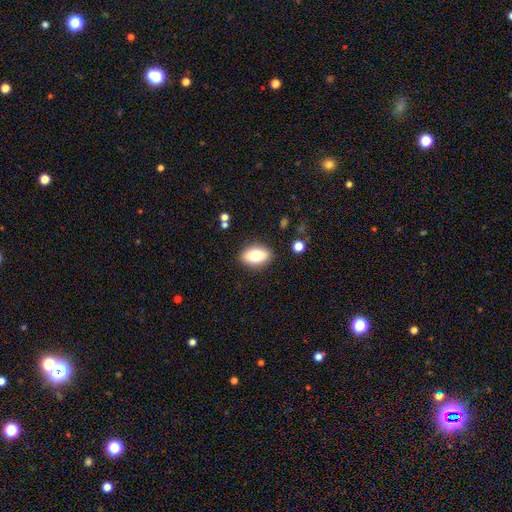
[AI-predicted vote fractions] This is likely a smooth galaxy (76%). How rounded: clearly in between (87%). Merging: clearly none (87%).